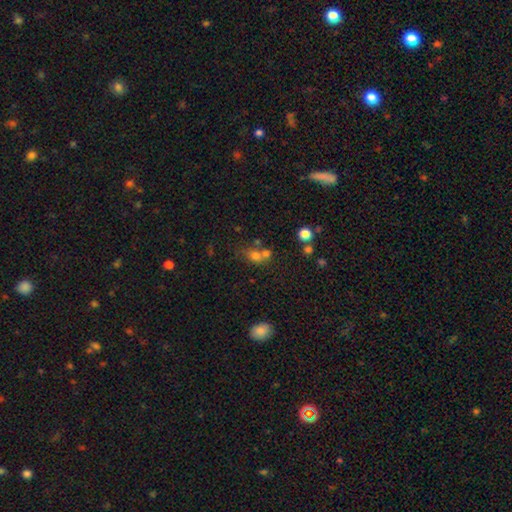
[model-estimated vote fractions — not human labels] Smooth or featured?
  - smooth: 67% *
  - star or artifact: 18%
  - featured or disk: 15%
How rounded?
  - round: 64% *
  - in between: 35%
  - cigar-shaped: 2%
Merging?
  - merger: 47% *
  - none: 37%
  - minor disturbance: 9%
  - major disturbance: 6%